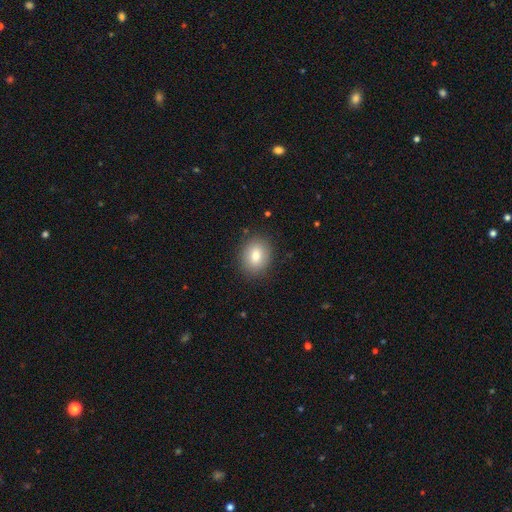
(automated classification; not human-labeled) smooth_or_featured: smooth (p=0.79) [alt: featured or disk p=0.12]
how_rounded: round (p=0.50) [alt: in between p=0.49]
merging: none (p=0.86) [alt: minor disturbance p=0.10]